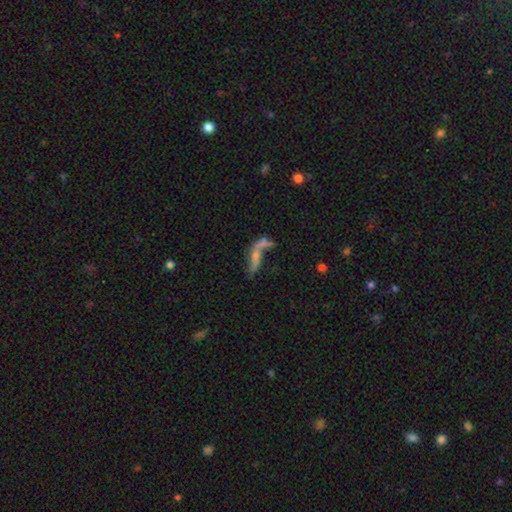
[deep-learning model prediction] Smooth or featured? Predicted: featured or disk (p=0.49). Merging? Predicted: merger (p=0.39).